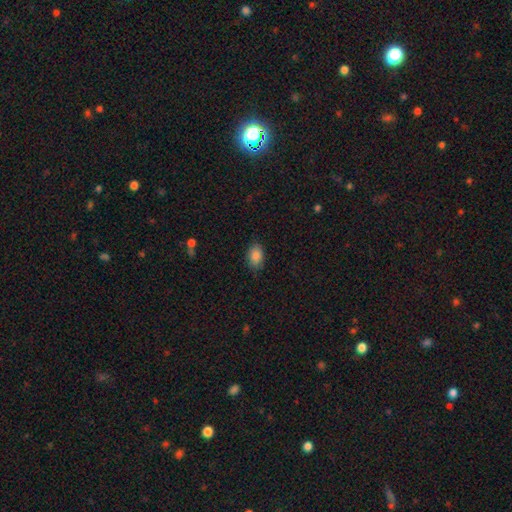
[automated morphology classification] smooth-or-featured: smooth: 87% | star or artifact: 8% | featured or disk: 5%
  how-rounded: in between: 86% | round: 13% | cigar-shaped: 1%
  merging: none: 84% | minor disturbance: 12% | major disturbance: 3% | merger: 1%